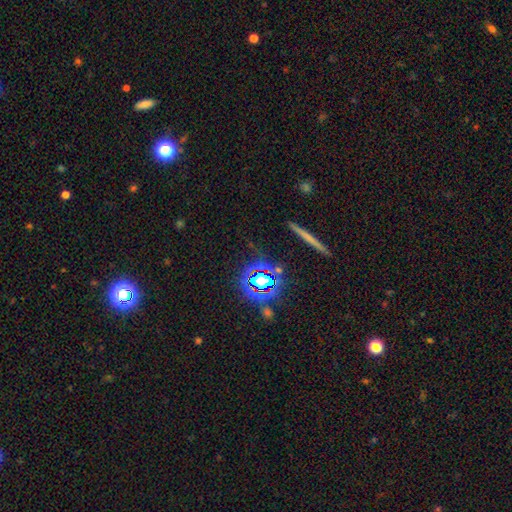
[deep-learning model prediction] This is likely a star or artifact rather than a galaxy (63%).